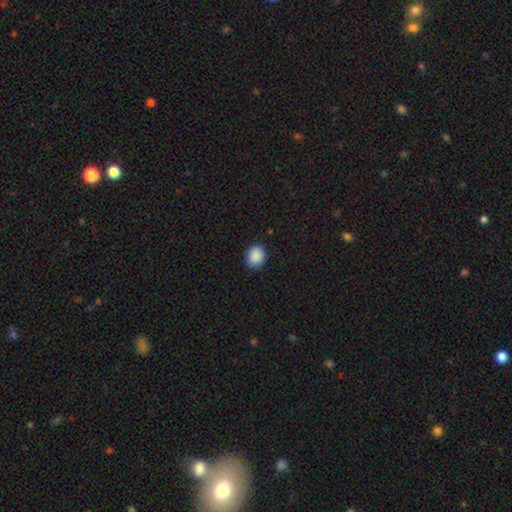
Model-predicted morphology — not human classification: Overall: smooth (89%). How rounded: round (63%; in between 36%). Merging: none (87%).